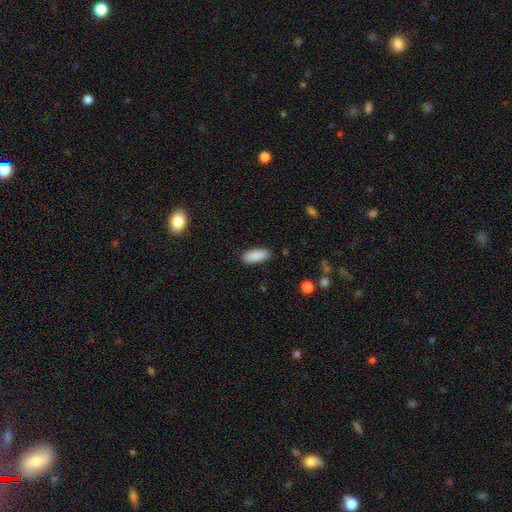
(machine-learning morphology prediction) A smooth galaxy with no disk features (90%) that is in between round and cigar-shaped (65%). Merging: none (88%).